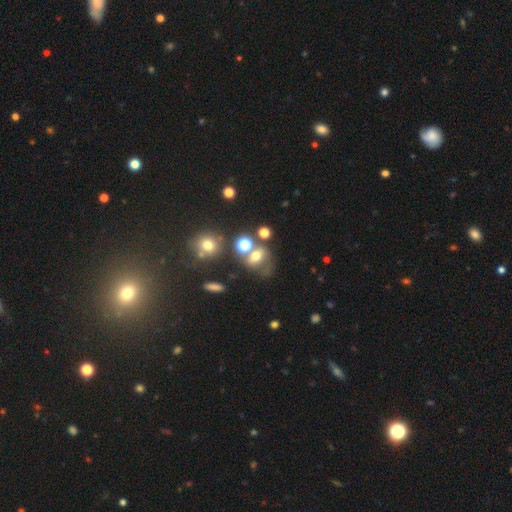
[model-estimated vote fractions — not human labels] Smooth or featured: smooth — 56% (featured or disk — 24%)
How rounded: round — 49% (in between — 48%)
Merging: none — 41% (merger — 27%)